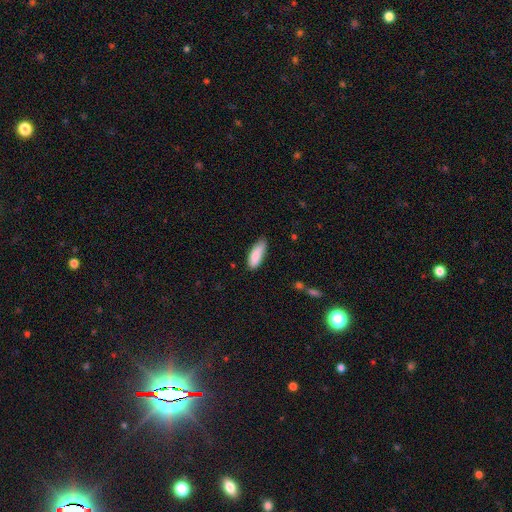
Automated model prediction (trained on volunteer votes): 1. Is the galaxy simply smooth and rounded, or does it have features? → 86% smooth, 7% featured or disk, 6% star or artifact.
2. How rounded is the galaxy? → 66% in between, 32% cigar-shaped, 2% round.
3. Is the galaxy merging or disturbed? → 68% none, 26% minor disturbance, 4% major disturbance, 2% merger.